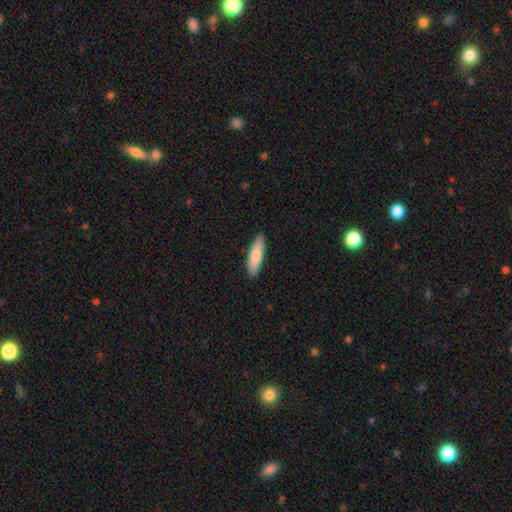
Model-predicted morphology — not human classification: A smooth galaxy with no disk features (78%) that is cigar-shaped (60%).

Vote fractions:
- Smooth or featured? smooth: 78% / featured or disk: 17% / star or artifact: 5%
- How rounded? cigar-shaped: 60% / in between: 38% / round: 2%
- Merging? none: 88% / minor disturbance: 9% / major disturbance: 2% / merger: 1%